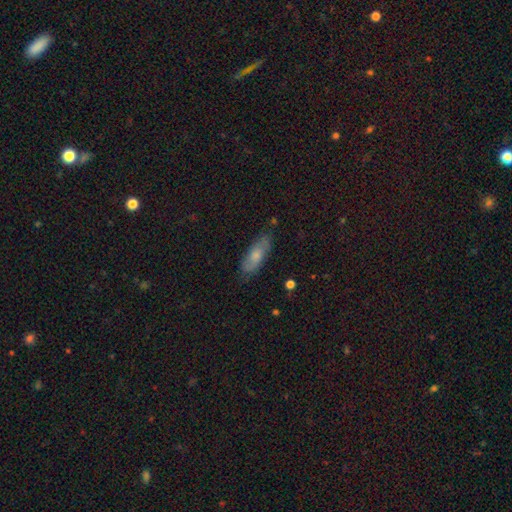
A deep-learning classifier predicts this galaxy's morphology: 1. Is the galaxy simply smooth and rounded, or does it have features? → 61% smooth, 32% featured or disk, 7% star or artifact.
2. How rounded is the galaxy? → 63% in between, 35% cigar-shaped, 2% round.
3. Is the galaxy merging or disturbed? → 76% none, 18% minor disturbance, 4% major disturbance, 2% merger.